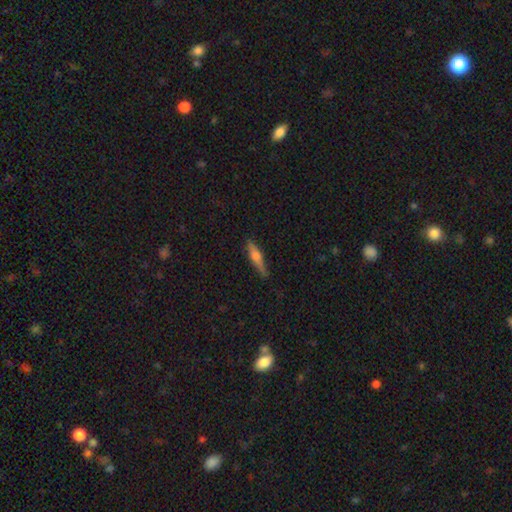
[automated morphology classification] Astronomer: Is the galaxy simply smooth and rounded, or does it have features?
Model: smooth — 54% (runner-up: featured or disk, 39%).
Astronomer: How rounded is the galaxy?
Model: cigar-shaped — 78%.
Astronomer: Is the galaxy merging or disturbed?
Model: none — 81%.